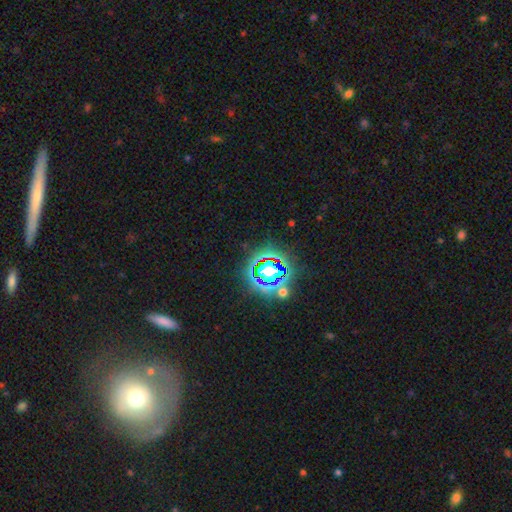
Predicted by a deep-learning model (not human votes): A star or artifact, not a galaxy (72%).